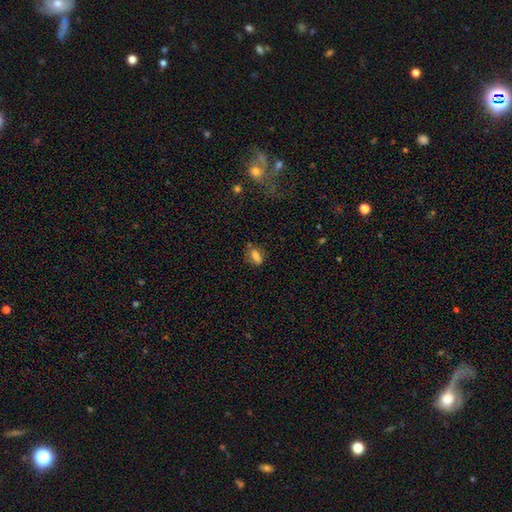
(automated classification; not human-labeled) A smooth galaxy with no disk features (76%) that is in between round and cigar-shaped (78%). Merging: none (70%).